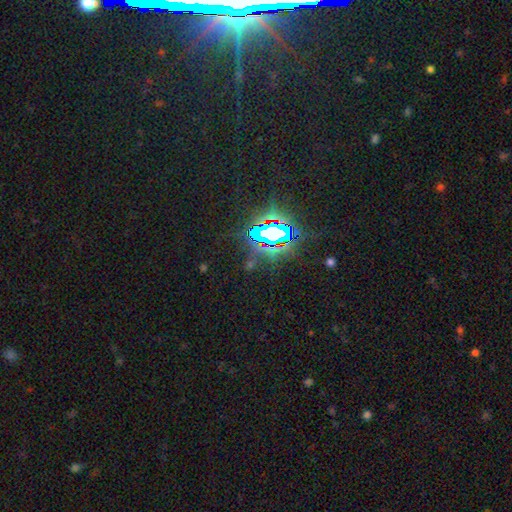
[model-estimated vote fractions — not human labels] star or artifact 84%, smooth 9%, featured or disk 7%.